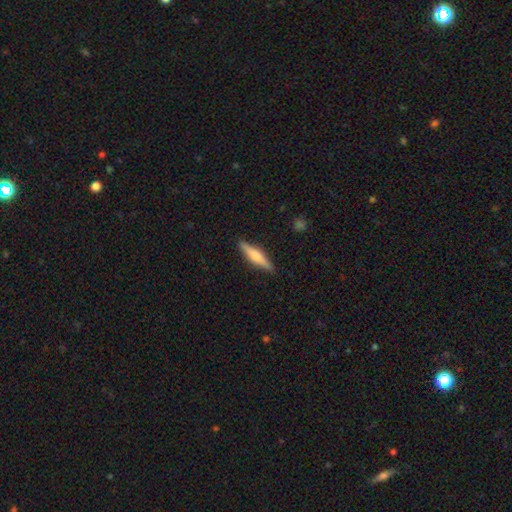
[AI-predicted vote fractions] A featured or disk galaxy (49%).

Vote fractions:
- Smooth or featured? featured or disk: 49% / smooth: 45% / star or artifact: 6%
- Merging? none: 90% / minor disturbance: 7% / major disturbance: 2% / merger: 1%